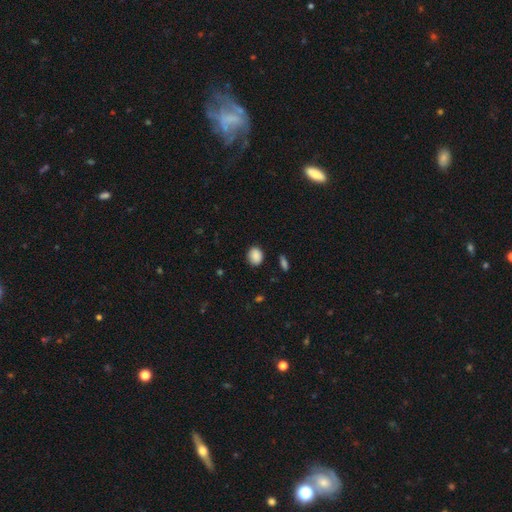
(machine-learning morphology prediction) Smooth or featured?
  - smooth: 88% *
  - star or artifact: 8%
  - featured or disk: 4%
How rounded?
  - round: 56% *
  - in between: 43%
  - cigar-shaped: 1%
Merging?
  - none: 85% *
  - minor disturbance: 11%
  - major disturbance: 3%
  - merger: 2%